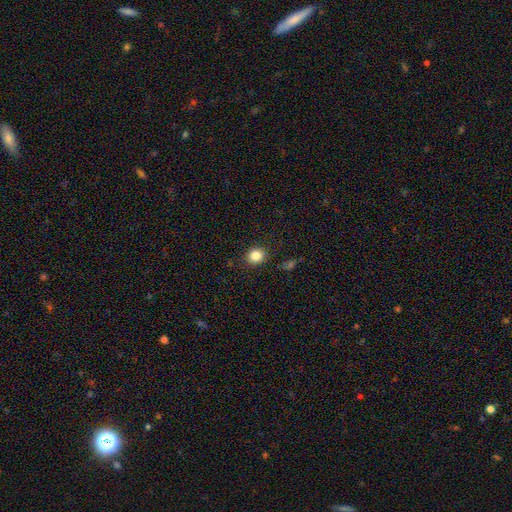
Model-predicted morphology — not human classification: type=smooth (84%); roundness=round (74%); merging=none (89%).